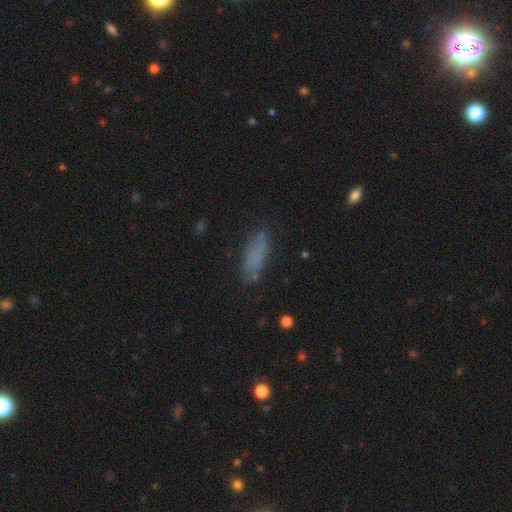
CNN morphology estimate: smooth 74%, featured or disk 15%, star or artifact 11%. Down the decision tree: how rounded — in between (50%); merging — none (73%).